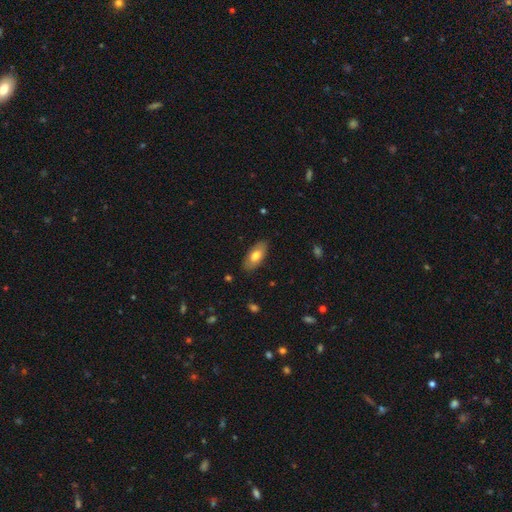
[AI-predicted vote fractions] smooth_or_featured: smooth (p=0.73) [alt: featured or disk p=0.21]
how_rounded: in between (p=0.91) [alt: cigar-shaped p=0.07]
merging: none (p=0.85) [alt: minor disturbance p=0.12]